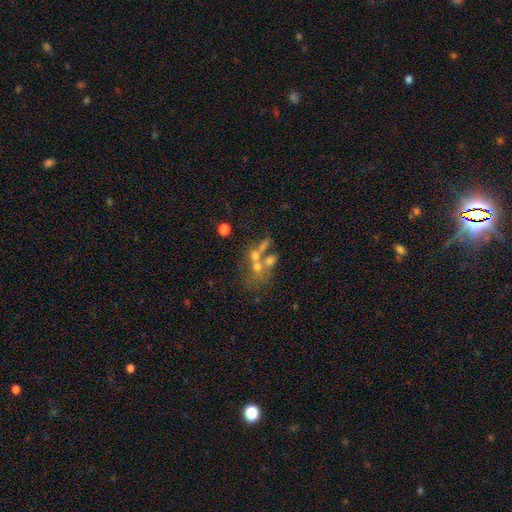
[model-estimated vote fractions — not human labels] featured or disk 36%, star or artifact 34%, smooth 30%. Down the decision tree: merging — none (39%).